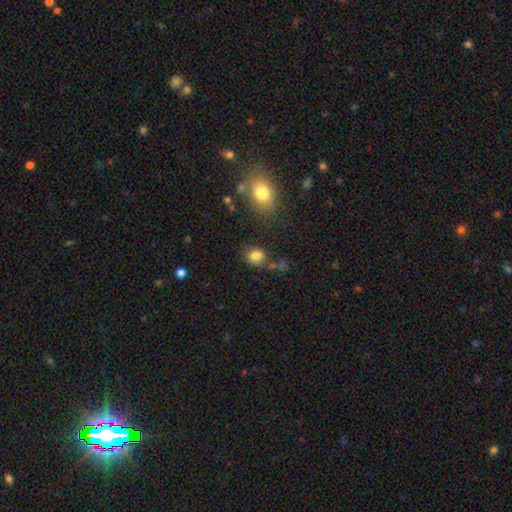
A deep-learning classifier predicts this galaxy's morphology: smooth_or_featured: smooth (p=0.82) [alt: star or artifact p=0.11]
how_rounded: round (p=0.62) [alt: in between p=0.37]
merging: none (p=0.73) [alt: minor disturbance p=0.15]